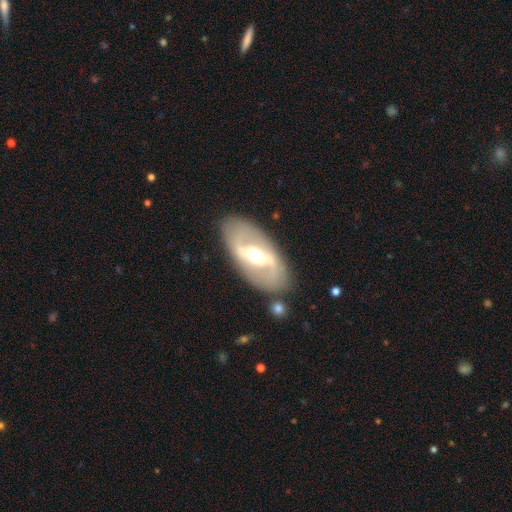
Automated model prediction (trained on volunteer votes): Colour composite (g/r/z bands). It shows a featured or disk galaxy (73%) with a strong bar (47%), spiral arms (55%) and a moderate central bulge (69%). Merging: none (81%).